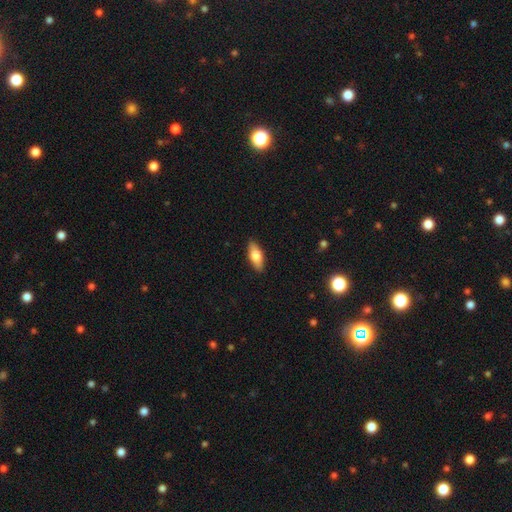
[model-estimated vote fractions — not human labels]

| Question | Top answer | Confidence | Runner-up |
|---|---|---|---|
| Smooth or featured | smooth | 71% | featured or disk (23%) |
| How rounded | in between | 75% | cigar-shaped (22%) |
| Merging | none | 89% | minor disturbance (8%) |